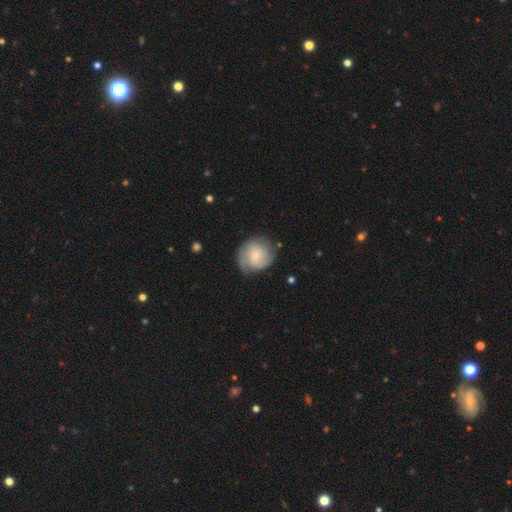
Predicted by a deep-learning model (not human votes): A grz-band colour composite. It shows a featured or disk galaxy (54%) with no bar (70%), spiral arms (85%) and a small central bulge (67%). Merging: none (69%).